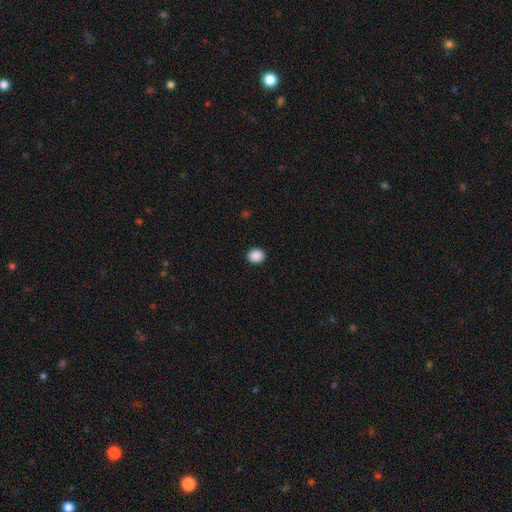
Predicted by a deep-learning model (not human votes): This appears to be a smooth galaxy with no disk features (90%) that is round (72%). Merging: none (92%).